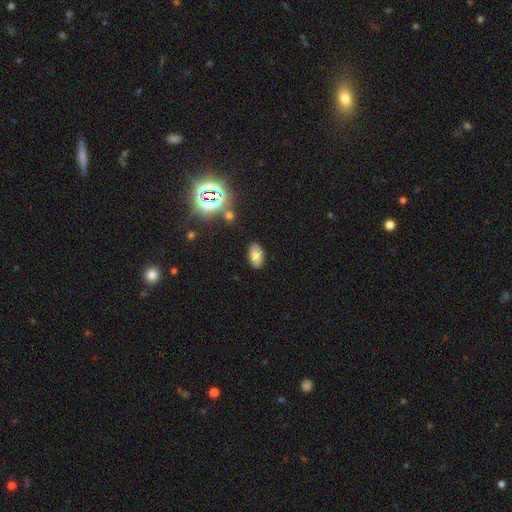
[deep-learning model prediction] smooth-or-featured: smooth: 71% | star or artifact: 15% | featured or disk: 14%
  how-rounded: in between: 93% | round: 6% | cigar-shaped: 2%
  merging: none: 86% | minor disturbance: 10% | major disturbance: 2% | merger: 2%